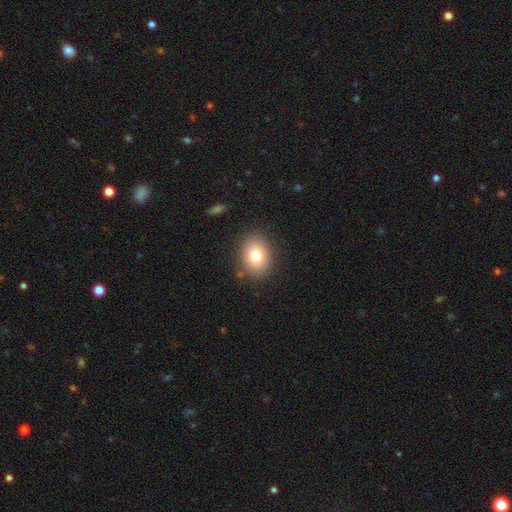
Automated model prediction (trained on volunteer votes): Smooth or featured? smooth (79%)
How rounded? in between (58%)
Merging? none (86%)